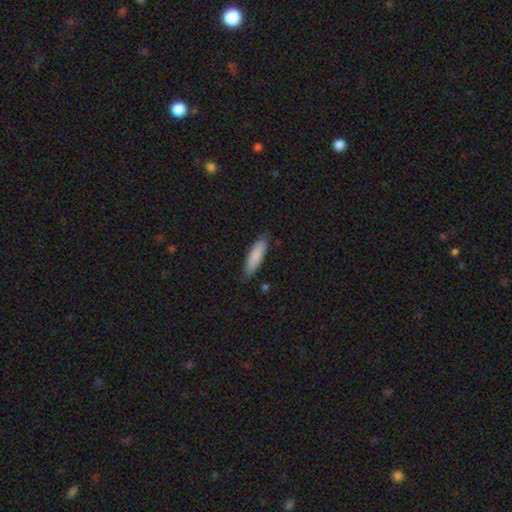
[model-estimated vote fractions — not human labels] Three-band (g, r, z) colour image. It shows a smooth galaxy with no disk features (86%) that is cigar-shaped (63%). Merging: none (85%).